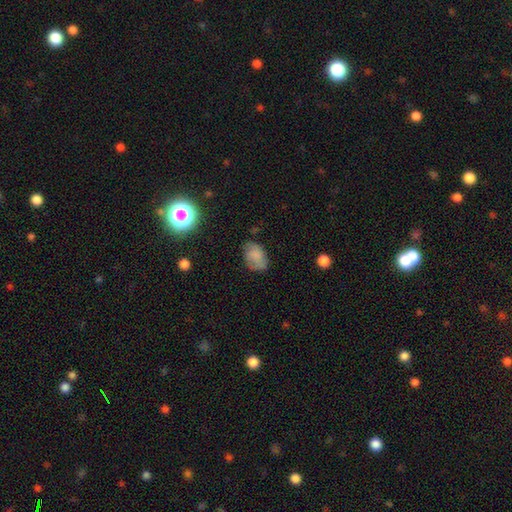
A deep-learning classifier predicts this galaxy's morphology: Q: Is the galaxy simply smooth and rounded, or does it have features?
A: smooth — 70%.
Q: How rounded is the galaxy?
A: in between — 83%.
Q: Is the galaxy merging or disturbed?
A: none — 64%.